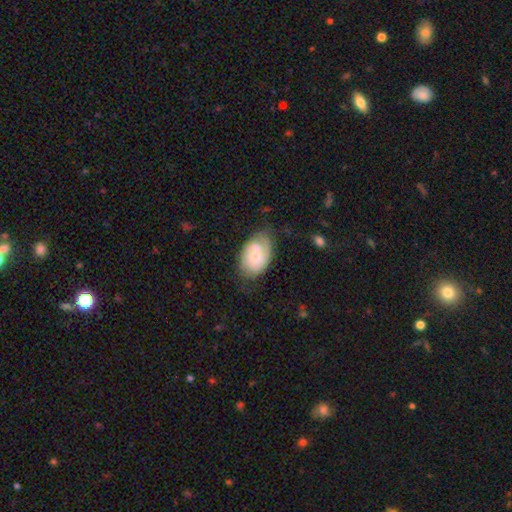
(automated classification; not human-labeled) A featured or disk galaxy (65%) with no bar (60%), 2 (54%) tight (45%) spiral arms (91%) and a small central bulge (54%).

Vote fractions:
- Smooth or featured? featured or disk: 65% / smooth: 29% / star or artifact: 6%
- Edge-on disk? no: 97% / yes: 3%
- Bar? no: 60% / weak: 35% / strong: 5%
- Spiral arms? yes: 91% / no: 9%
- Spiral winding? tight: 45% / medium: 40% / loose: 15%
- Spiral arm count? 2: 54% / can't tell: 22% / 1: 11% / 3: 8% / 4: 2% / more than 4: 2%
- Bulge size? small: 54% / moderate: 35% / none: 6% / large: 4% / dominant: 1%
- Merging? none: 64% / minor disturbance: 24% / major disturbance: 10% / merger: 2%